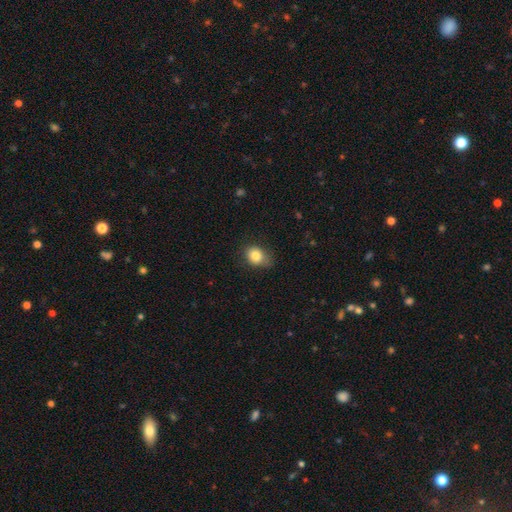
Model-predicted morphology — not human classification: smooth-or-featured: smooth: 82% | star or artifact: 10% | featured or disk: 8%
  how-rounded: in between: 53% | round: 46% | cigar-shaped: 1%
  merging: none: 62% | minor disturbance: 29% | major disturbance: 7% | merger: 1%